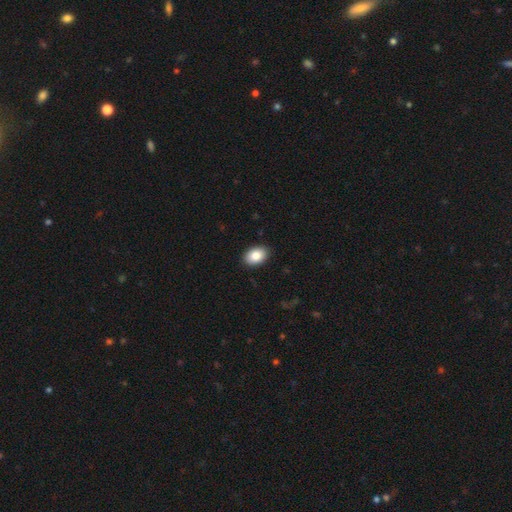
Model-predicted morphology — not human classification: smooth 86%, star or artifact 7%, featured or disk 6%. Down the decision tree: how rounded — in between (86%); merging — none (90%).